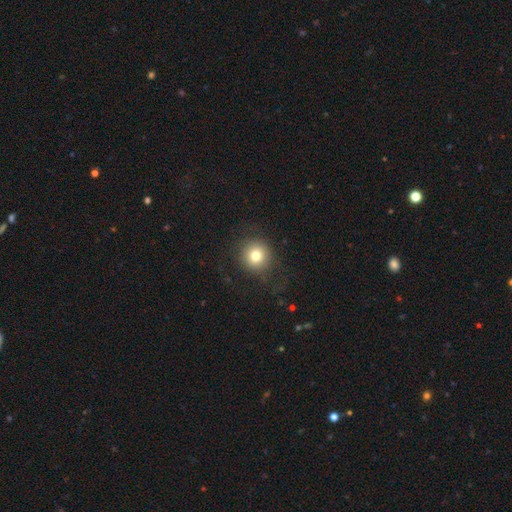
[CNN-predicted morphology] Smooth or featured? smooth (77%)
How rounded? round (92%)
Merging? none (83%)